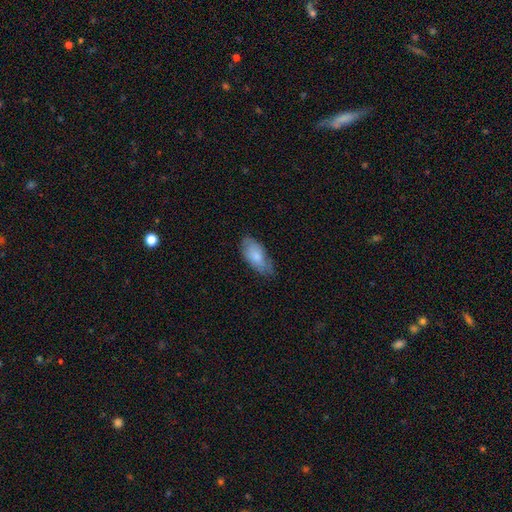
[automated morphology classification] Q: Smooth or featured?
A: smooth (77%); runner-up: featured or disk (17%)
Q: How rounded?
A: in between (90%); runner-up: cigar-shaped (8%)
Q: Merging?
A: none (61%); runner-up: minor disturbance (31%)